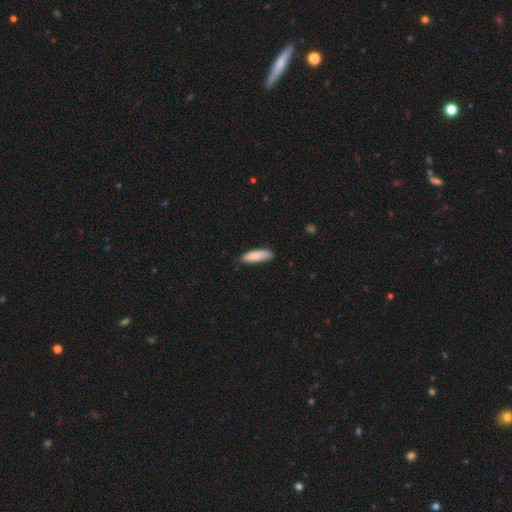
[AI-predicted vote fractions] Morphology: type=smooth (86%); roundness=cigar-shaped (51%); merging=none (80%).